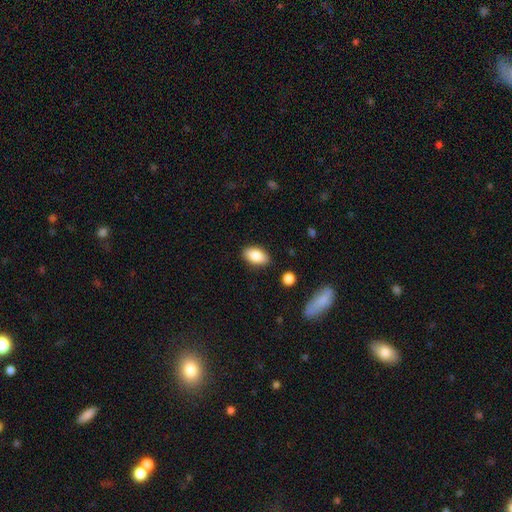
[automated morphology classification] Smooth or featured?
  - smooth: 85% *
  - featured or disk: 8%
  - star or artifact: 7%
How rounded?
  - in between: 92% *
  - round: 5%
  - cigar-shaped: 3%
Merging?
  - none: 87% *
  - minor disturbance: 9%
  - major disturbance: 2%
  - merger: 2%